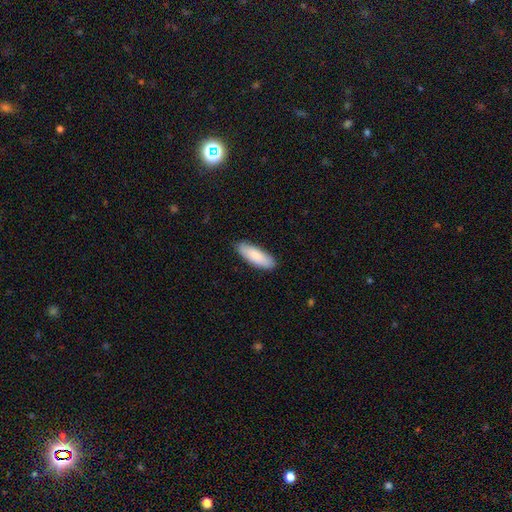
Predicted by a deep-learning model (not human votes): smooth-or-featured: smooth: 87% | featured or disk: 8% | star or artifact: 5%
  how-rounded: in between: 60% | cigar-shaped: 39% | round: 1%
  merging: none: 88% | minor disturbance: 10% | major disturbance: 2% | merger: 1%